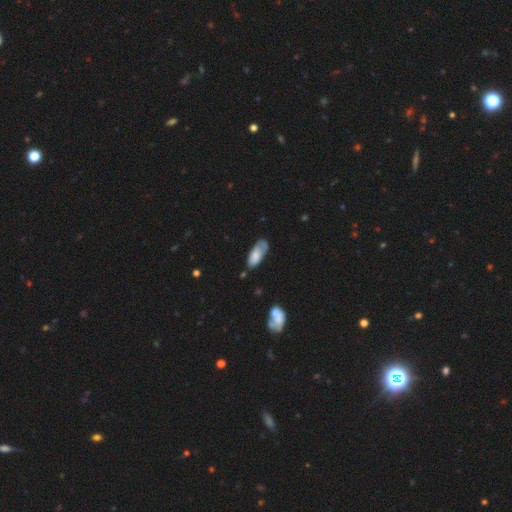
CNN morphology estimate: Smooth or featured?
  - smooth: 72% *
  - featured or disk: 21%
  - star or artifact: 7%
How rounded?
  - in between: 81% *
  - cigar-shaped: 17%
  - round: 2%
Merging?
  - none: 47% *
  - minor disturbance: 34%
  - major disturbance: 15%
  - merger: 5%